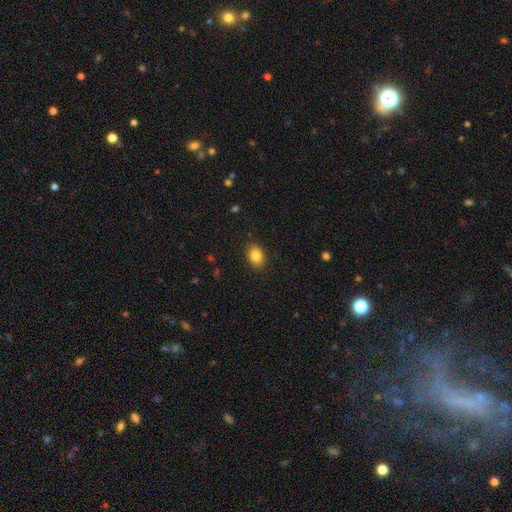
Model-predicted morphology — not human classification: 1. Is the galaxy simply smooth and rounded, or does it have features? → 85% smooth, 9% star or artifact, 6% featured or disk.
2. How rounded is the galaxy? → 68% in between, 31% round, 1% cigar-shaped.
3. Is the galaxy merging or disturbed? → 88% none, 9% minor disturbance, 2% major disturbance, 1% merger.